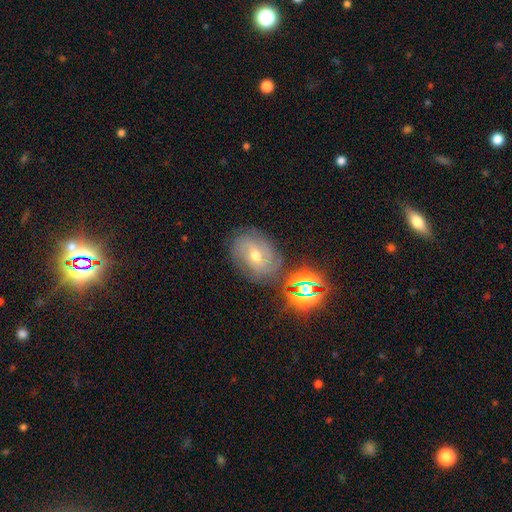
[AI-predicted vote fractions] A featured or disk galaxy (66%) with a weak bar (45%), tight (57%) spiral arms (88%) and a moderate central bulge (65%). Merging: none (76%).